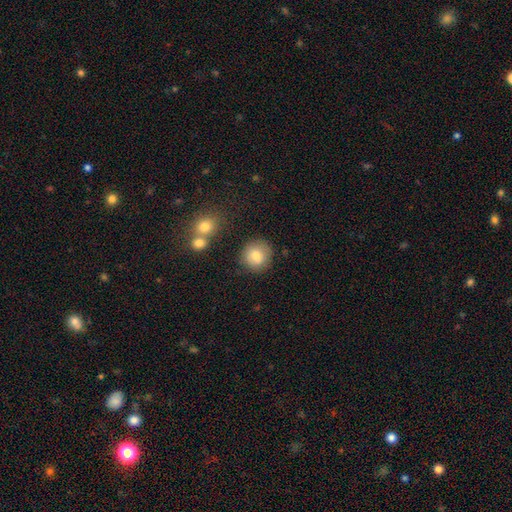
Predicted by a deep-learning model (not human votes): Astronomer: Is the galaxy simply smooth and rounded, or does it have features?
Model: smooth — 80%.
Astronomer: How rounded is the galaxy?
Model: round — 90%.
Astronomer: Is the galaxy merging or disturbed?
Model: none — 80%.